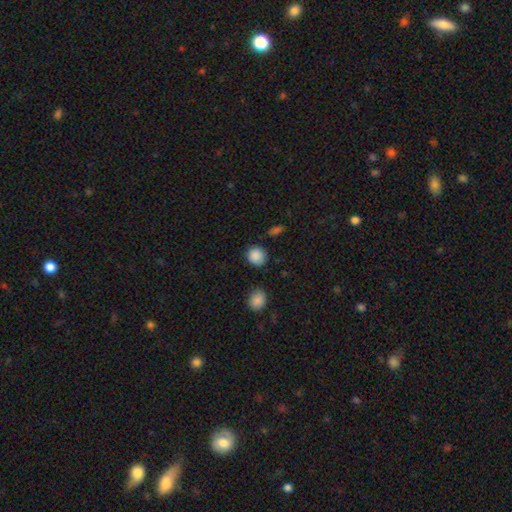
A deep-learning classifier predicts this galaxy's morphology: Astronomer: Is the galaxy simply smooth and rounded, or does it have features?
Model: smooth — 88%.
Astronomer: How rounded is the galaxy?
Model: round — 88%.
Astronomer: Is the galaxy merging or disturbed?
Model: none — 84%.